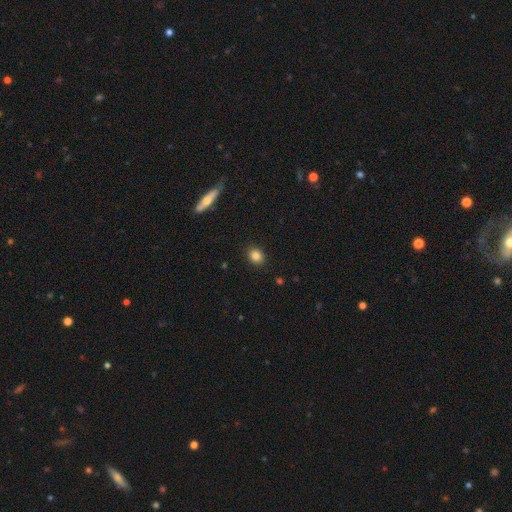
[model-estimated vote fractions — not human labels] Smooth or featured? Predicted: smooth (p=0.84). How rounded? Predicted: round (p=0.59). Merging? Predicted: none (p=0.90).